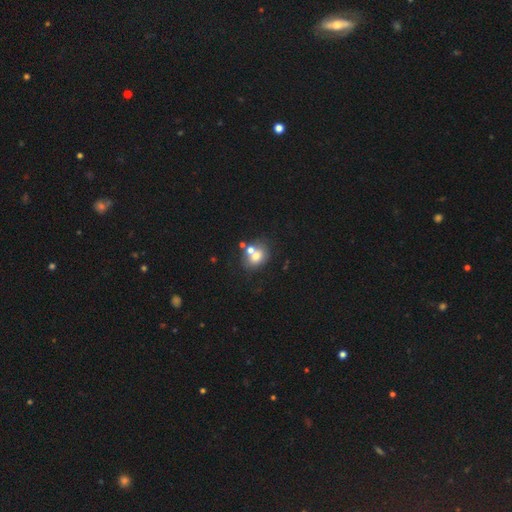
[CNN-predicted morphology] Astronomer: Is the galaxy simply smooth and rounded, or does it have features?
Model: smooth — 68%.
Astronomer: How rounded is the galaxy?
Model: round — 52% (runner-up: in between, 47%).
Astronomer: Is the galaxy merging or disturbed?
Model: none — 48% (runner-up: merger, 34%).